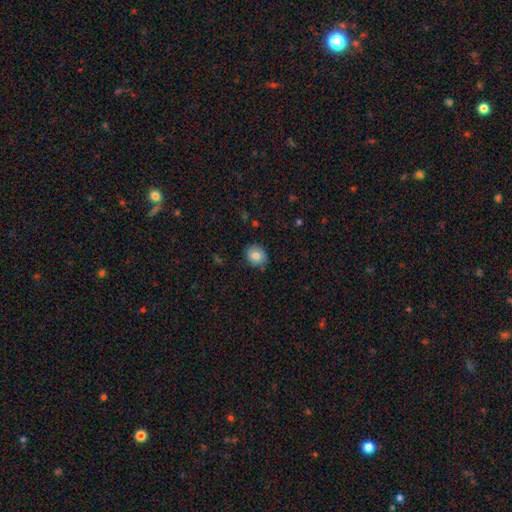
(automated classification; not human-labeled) Q: Smooth or featured?
A: smooth (79%); runner-up: featured or disk (12%)
Q: How rounded?
A: round (74%); runner-up: in between (25%)
Q: Merging?
A: none (82%); runner-up: minor disturbance (15%)